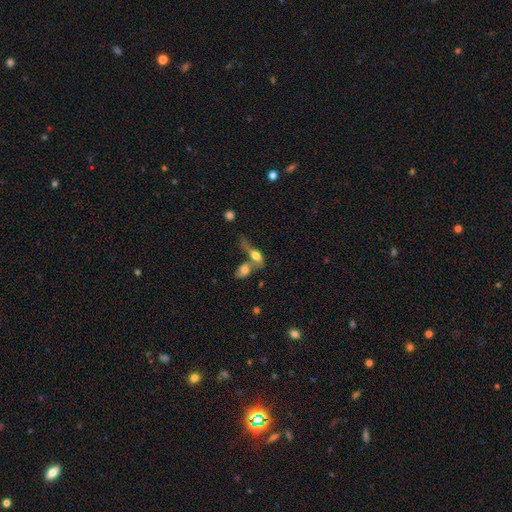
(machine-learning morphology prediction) Overall: smooth (64%; featured or disk 26%). How rounded: in between (74%). Merging: merger (60%).